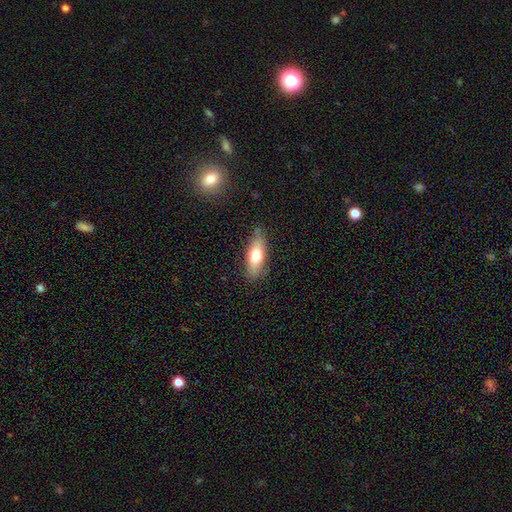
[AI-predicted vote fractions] The model was most divided on "how rounded": in between: 67%, cigar-shaped: 30%, round: 3%. More confident: merging — none (79%); smooth or featured — smooth (66%).